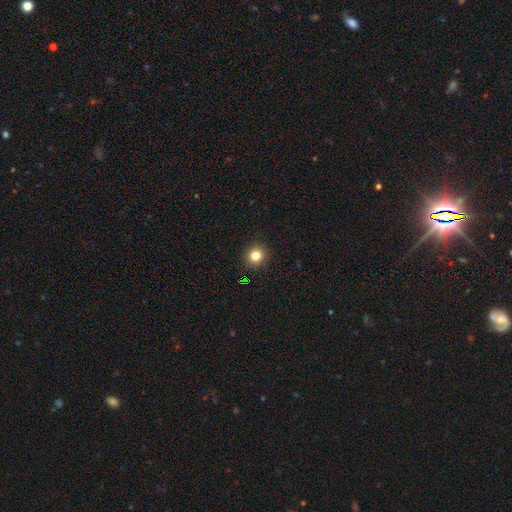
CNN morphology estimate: smooth 81%, star or artifact 13%, featured or disk 6%. Down the decision tree: how rounded — round (90%); merging — none (92%).